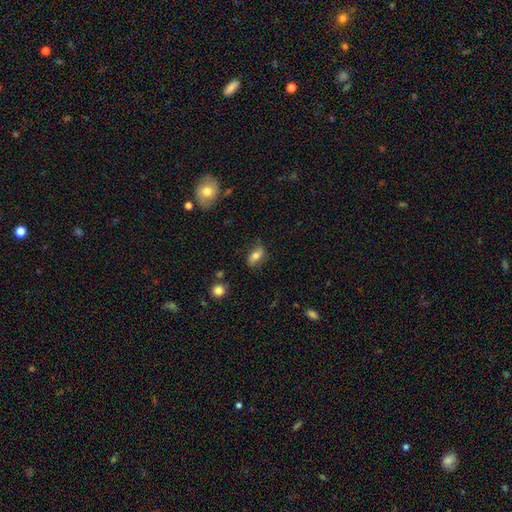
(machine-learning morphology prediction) Overall: smooth (73%). How rounded: in between (83%). Merging: none (74%).